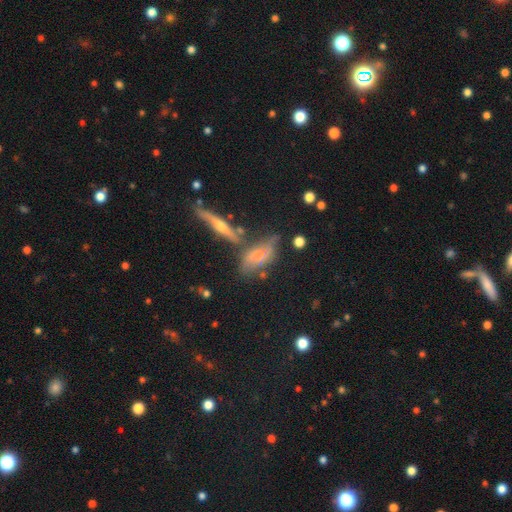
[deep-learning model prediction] The model was most divided on "smooth or featured": featured or disk: 49%, smooth: 36%, star or artifact: 16%. Remaining: merging — none (45%).